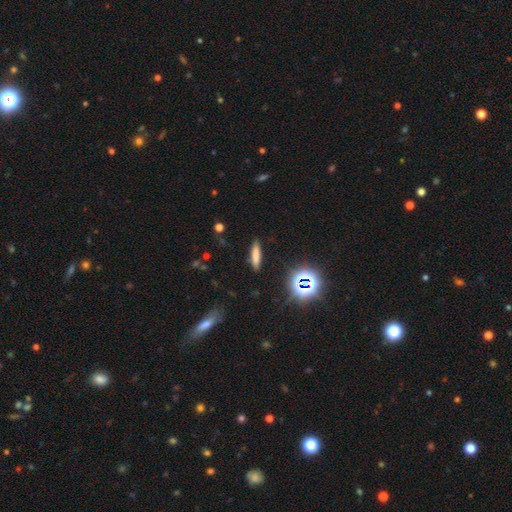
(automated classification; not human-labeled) Morphology: type=smooth (73%); roundness=cigar-shaped (81%); merging=none (88%).